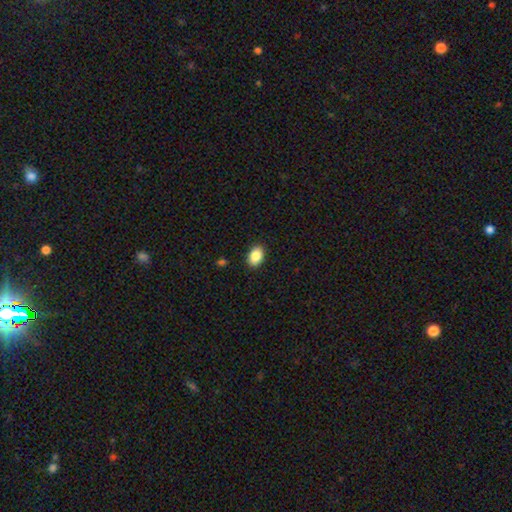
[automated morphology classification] This appears to be a smooth galaxy with no disk features (88%) that is in between round and cigar-shaped (87%). Merging: none (90%).